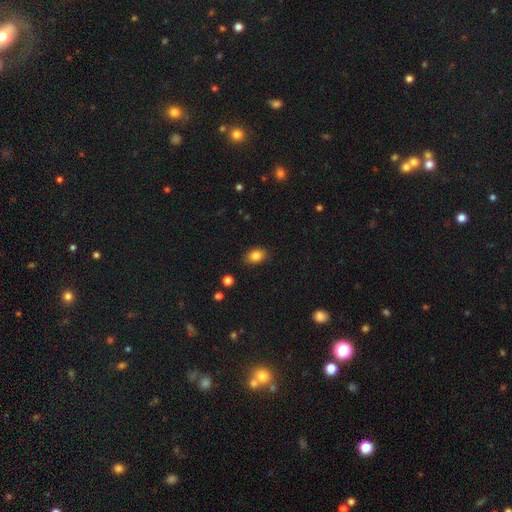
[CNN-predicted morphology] Smooth or featured?
  - smooth: 85% *
  - star or artifact: 10%
  - featured or disk: 6%
How rounded?
  - in between: 75% *
  - round: 24%
  - cigar-shaped: 1%
Merging?
  - none: 85% *
  - minor disturbance: 11%
  - major disturbance: 3%
  - merger: 1%